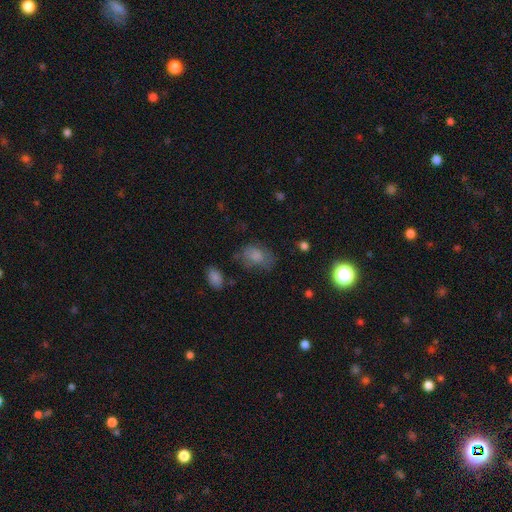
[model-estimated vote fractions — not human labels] Smooth or featured?
  - smooth: 74% *
  - featured or disk: 15%
  - star or artifact: 11%
How rounded?
  - in between: 79% *
  - round: 20%
  - cigar-shaped: 1%
Merging?
  - none: 50% *
  - minor disturbance: 28%
  - major disturbance: 17%
  - merger: 4%